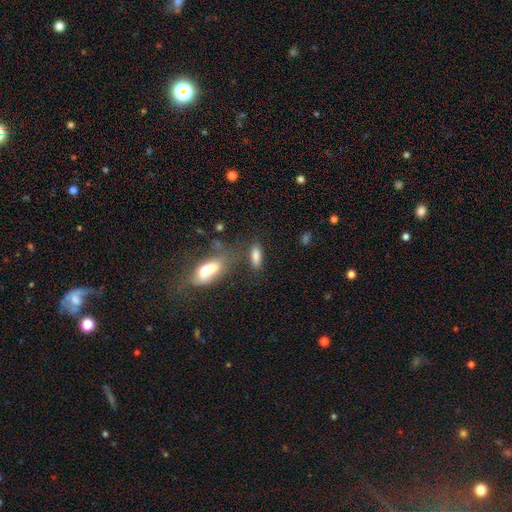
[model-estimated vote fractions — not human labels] Overall: smooth (81%). How rounded: in between (64%; cigar-shaped 32%). Merging: none (60%).